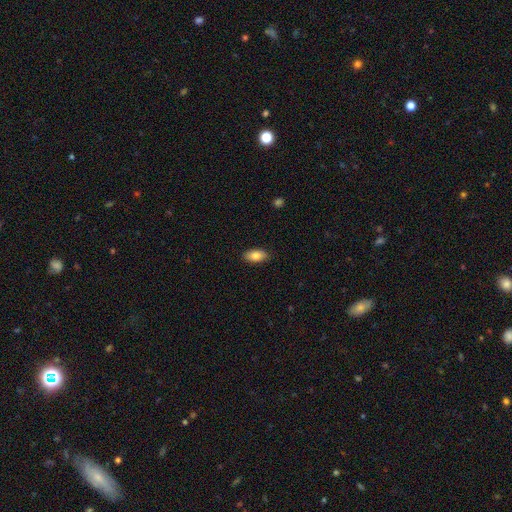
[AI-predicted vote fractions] Smooth or featured? Predicted: smooth (p=0.82). How rounded? Predicted: in between (p=0.92). Merging? Predicted: none (p=0.88).